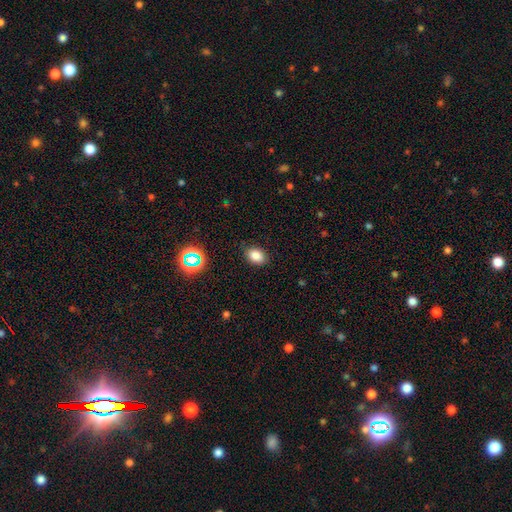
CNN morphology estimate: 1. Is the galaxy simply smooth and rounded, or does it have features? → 82% smooth, 13% star or artifact, 5% featured or disk.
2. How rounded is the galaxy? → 75% in between, 24% round, 1% cigar-shaped.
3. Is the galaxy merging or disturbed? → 83% none, 13% minor disturbance, 3% major disturbance, 1% merger.